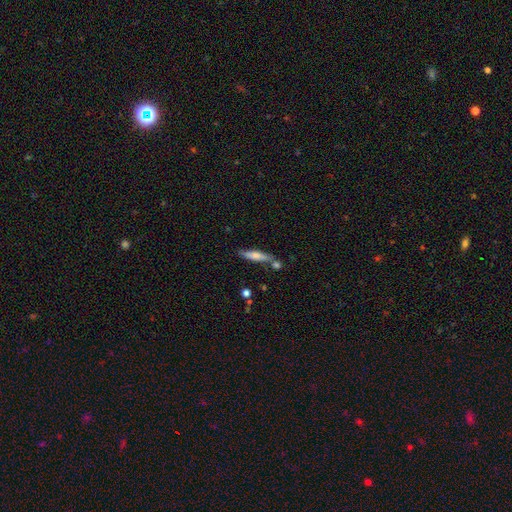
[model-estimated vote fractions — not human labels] This is likely a smooth galaxy (60%). How rounded: likely cigar-shaped (80%). Merging: likely none (64%).